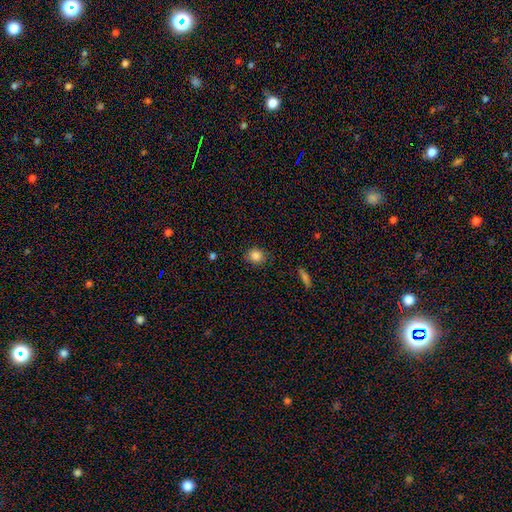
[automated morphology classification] The model was most divided on "how rounded": round: 74%, in between: 25%, cigar-shaped: 1%. More confident: smooth or featured — smooth (85%); merging — none (85%).